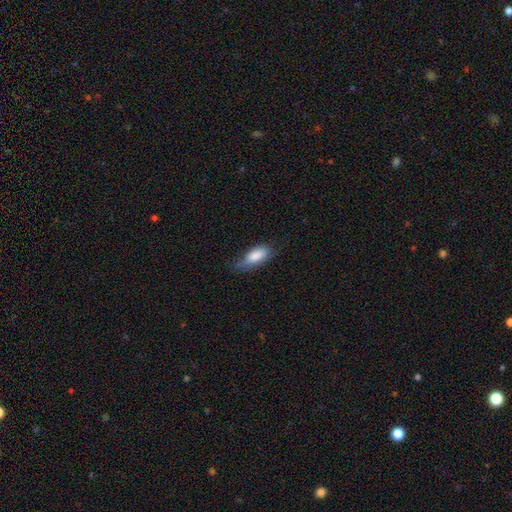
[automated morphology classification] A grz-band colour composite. It shows a smooth galaxy with no disk features (83%) that is in between round and cigar-shaped (83%). Merging: none (51%).